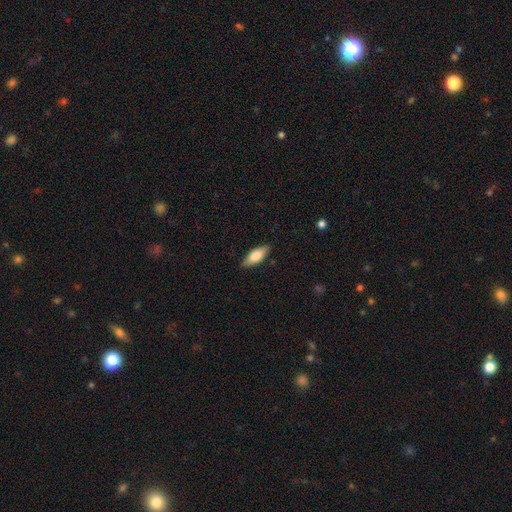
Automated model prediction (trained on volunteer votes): Overall: smooth (73%). How rounded: in between (68%; cigar-shaped 29%). Merging: none (86%).